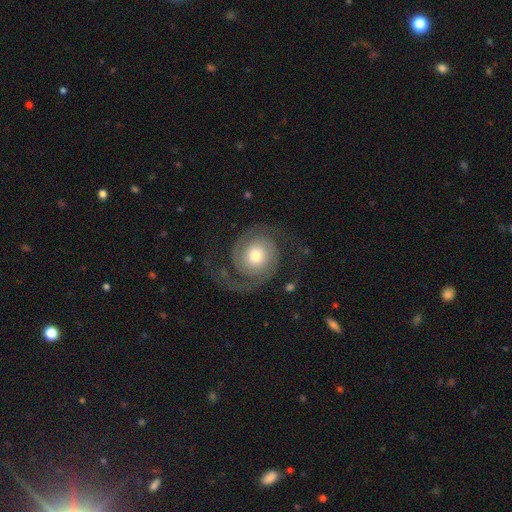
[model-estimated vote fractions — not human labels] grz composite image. It shows a featured or disk galaxy (89%) with no bar (76%), 2 (93%) tight (46%) spiral arms (98%) and a moderate central bulge (59%). Merging: none (75%).